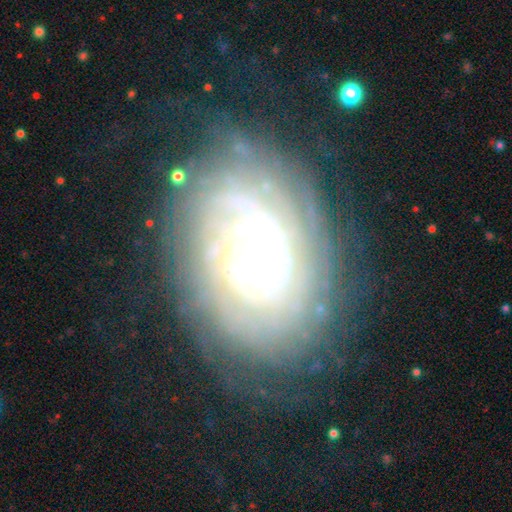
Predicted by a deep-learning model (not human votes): Smooth or featured: featured or disk — 79% (smooth — 13%)
Edge-on disk: no — 96% (yes — 4%)
Bar: no — 61% (weak — 29%)
Spiral arms: yes — 92% (no — 8%)
Spiral winding: tight — 81% (medium — 14%)
Spiral arm count: can't tell — 49% (more than 4 — 15%)
Bulge size: moderate — 42% (small — 40%)
Merging: none — 73% (minor disturbance — 18%)